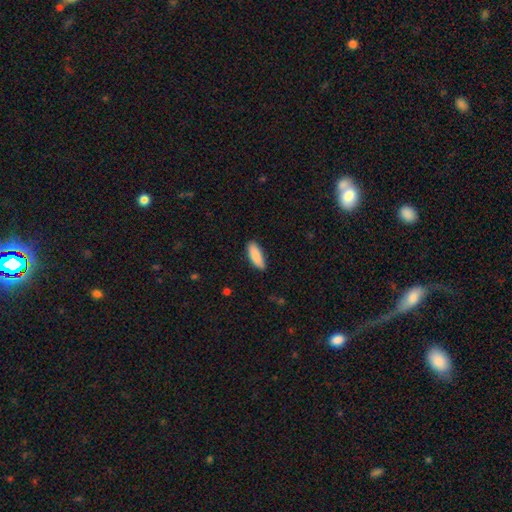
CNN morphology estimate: A smooth galaxy with no disk features (88%) that is in between round and cigar-shaped (65%).

Vote fractions:
- Smooth or featured? smooth: 88% / featured or disk: 6% / star or artifact: 6%
- How rounded? in between: 65% / cigar-shaped: 33% / round: 2%
- Merging? none: 83% / minor disturbance: 13% / major disturbance: 2% / merger: 1%